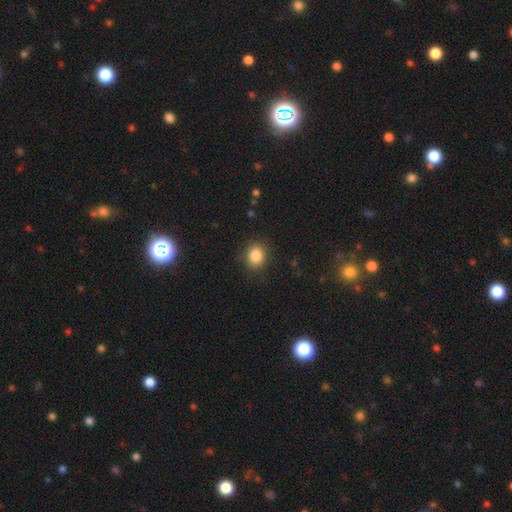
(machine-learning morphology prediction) smooth_or_featured: smooth (p=0.86) [alt: star or artifact p=0.10]
how_rounded: round (p=0.70) [alt: in between p=0.29]
merging: none (p=0.86) [alt: minor disturbance p=0.09]